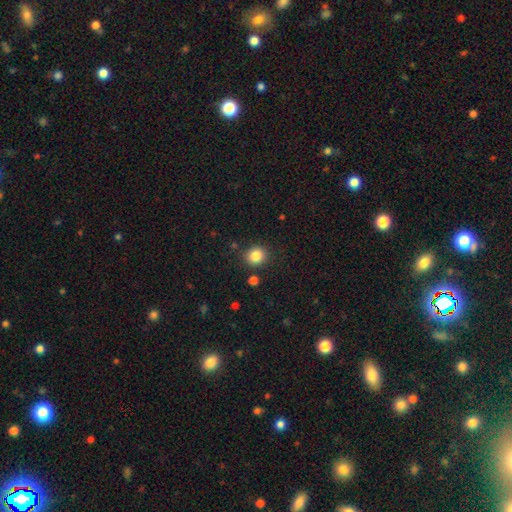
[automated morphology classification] This appears to be a smooth galaxy with no disk features (84%) that is round (88%). Merging: none (87%).